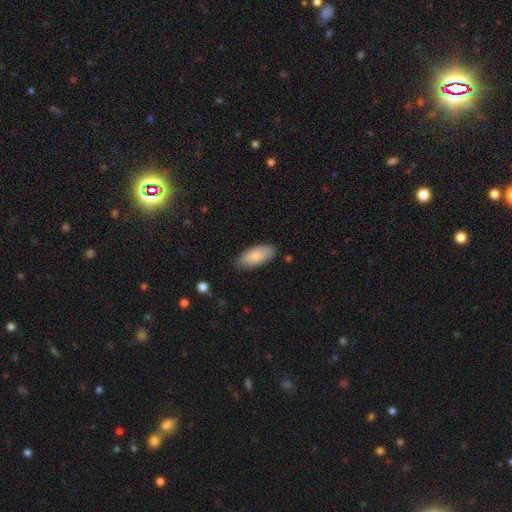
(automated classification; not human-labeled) A smooth galaxy with no disk features (83%) that is in between round and cigar-shaped (89%).

Vote fractions:
- Smooth or featured? smooth: 83% / featured or disk: 11% / star or artifact: 6%
- How rounded? in between: 89% / cigar-shaped: 9% / round: 2%
- Merging? none: 84% / minor disturbance: 12% / major disturbance: 2% / merger: 1%